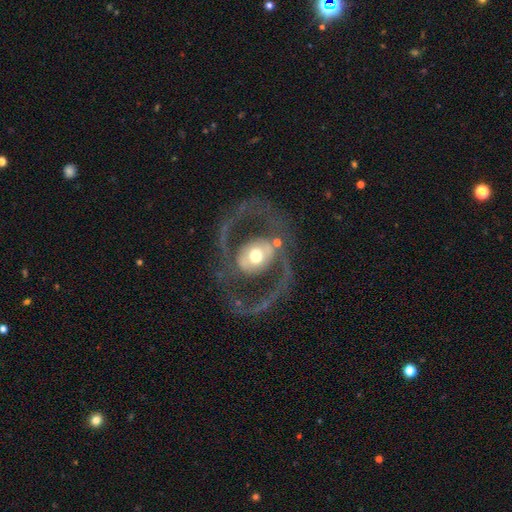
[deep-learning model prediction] Smooth or featured? Predicted: featured or disk (p=0.83). Edge-on disk? Predicted: no (p=0.96). Bar? Predicted: no (p=0.50). Spiral arms? Predicted: yes (p=0.80). Spiral winding? Predicted: medium (p=0.51). Spiral arm count? Predicted: 2 (p=0.90). Bulge size? Predicted: moderate (p=0.62). Merging? Predicted: none (p=0.70).